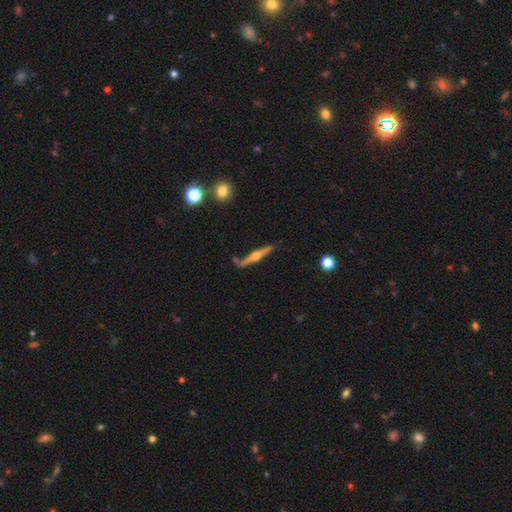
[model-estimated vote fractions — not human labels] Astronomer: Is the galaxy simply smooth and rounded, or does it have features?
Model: featured or disk — 80%.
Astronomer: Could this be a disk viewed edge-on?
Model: yes — 98%.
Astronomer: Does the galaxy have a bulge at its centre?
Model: rounded — 95%.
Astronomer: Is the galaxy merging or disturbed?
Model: none — 80%.